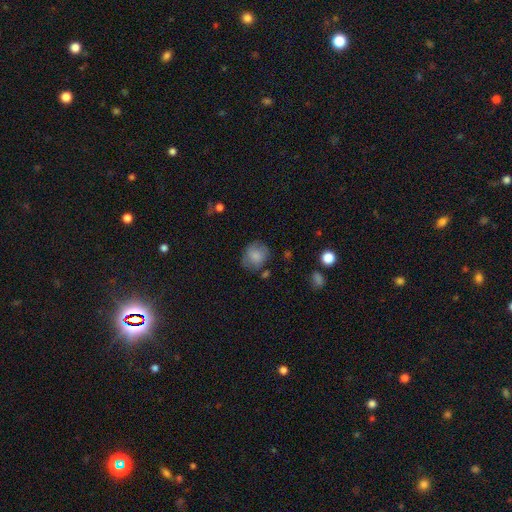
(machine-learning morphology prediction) Smooth or featured? smooth (79%)
How rounded? round (77%)
Merging? none (67%)